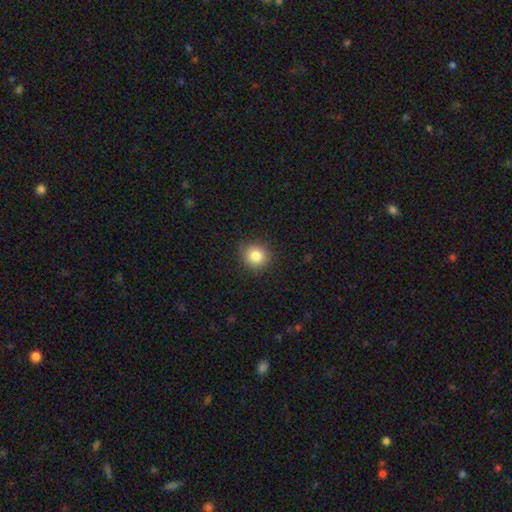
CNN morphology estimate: Smooth or featured?
  - smooth: 83% *
  - star or artifact: 11%
  - featured or disk: 6%
How rounded?
  - round: 87% *
  - in between: 12%
  - cigar-shaped: 1%
Merging?
  - none: 87% *
  - minor disturbance: 10%
  - major disturbance: 2%
  - merger: 1%